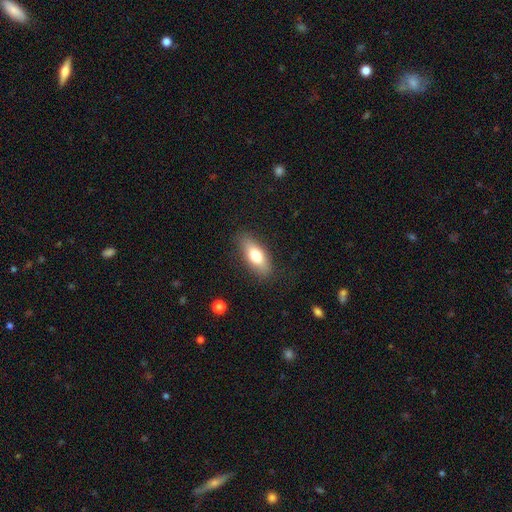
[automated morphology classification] Q: Smooth or featured?
A: smooth (72%); runner-up: featured or disk (21%)
Q: How rounded?
A: in between (74%); runner-up: cigar-shaped (22%)
Q: Merging?
A: none (84%); runner-up: minor disturbance (11%)